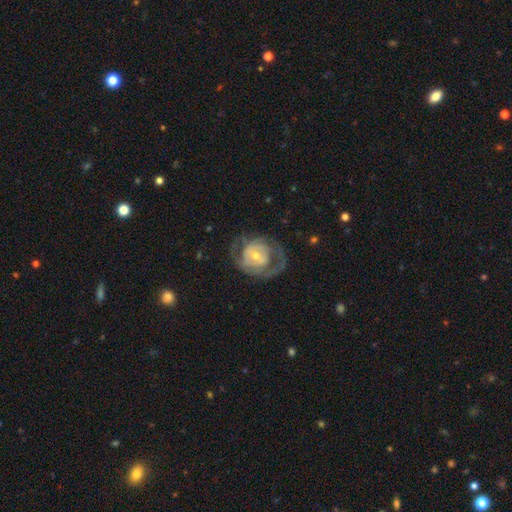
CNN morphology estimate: Smooth or featured: featured or disk — 74% (smooth — 20%)
Edge-on disk: no — 97% (yes — 3%)
Bar: no — 57% (weak — 33%)
Spiral arms: yes — 72% (no — 28%)
Spiral winding: tight — 46% (medium — 36%)
Spiral arm count: 2 — 48% (can't tell — 31%)
Bulge size: small — 48% (moderate — 45%)
Merging: none — 54% (major disturbance — 26%)